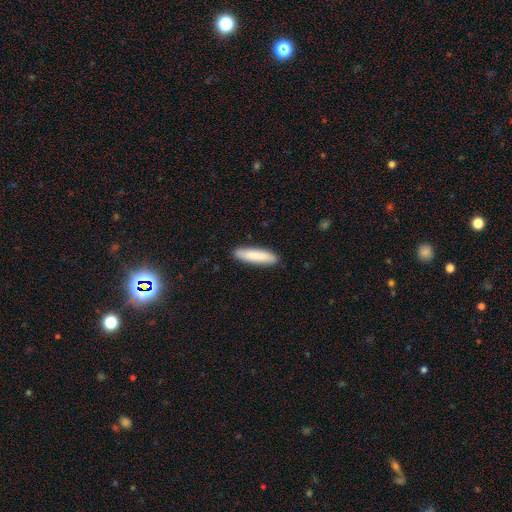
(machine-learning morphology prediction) smooth_or_featured: smooth (p=0.84) [alt: featured or disk p=0.11]
how_rounded: cigar-shaped (p=0.80) [alt: in between p=0.19]
merging: none (p=0.89) [alt: minor disturbance p=0.08]